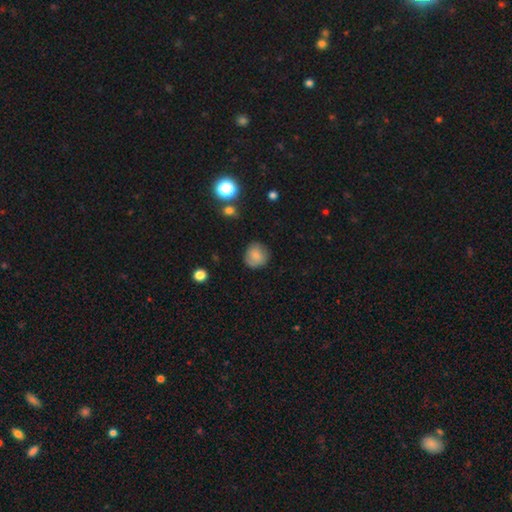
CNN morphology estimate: smooth-or-featured: smooth: 79% | featured or disk: 12% | star or artifact: 9%
  how-rounded: round: 88% | in between: 11% | cigar-shaped: 1%
  merging: none: 81% | minor disturbance: 14% | major disturbance: 4% | merger: 1%